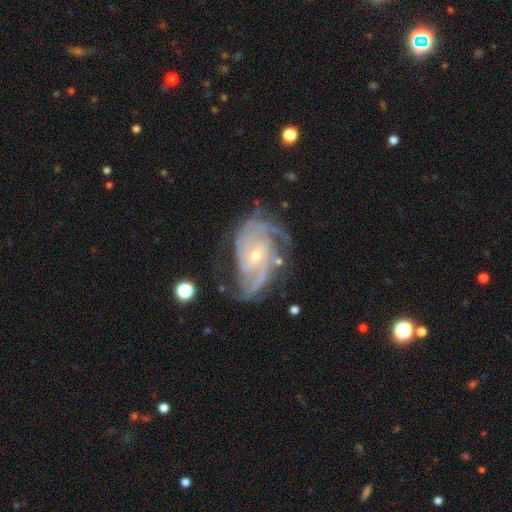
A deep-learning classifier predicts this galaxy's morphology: This is clearly a featured or disk galaxy (90%). It is clearly not viewed edge-on (97%). Bar: possibly no (49%). Spiral arm pattern: clearly yes (97%). Spiral arm count: marginally 2 (29%). Spiral winding: possibly tight (45%). Central bulge: likely small (73%). Merging: likely none (63%).